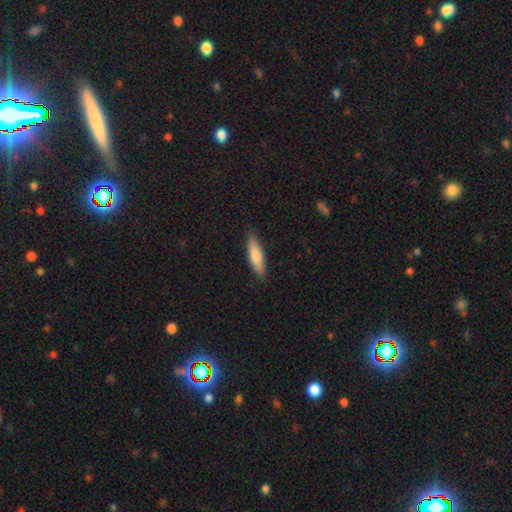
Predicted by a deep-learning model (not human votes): Smooth or featured? smooth (80%)
How rounded? cigar-shaped (67%)
Merging? none (87%)